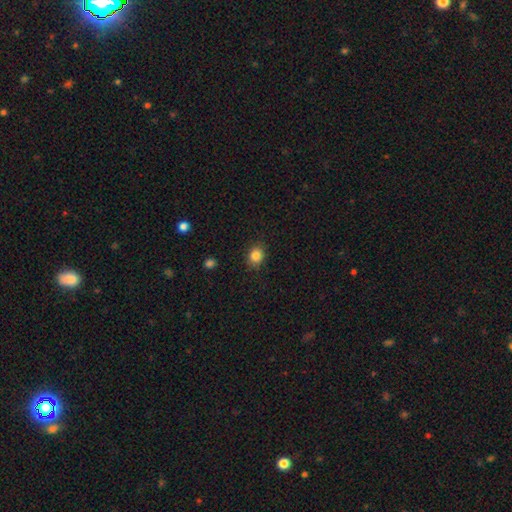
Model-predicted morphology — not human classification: Smooth or featured? Predicted: smooth (p=0.85). How rounded? Predicted: round (p=0.61). Merging? Predicted: none (p=0.87).